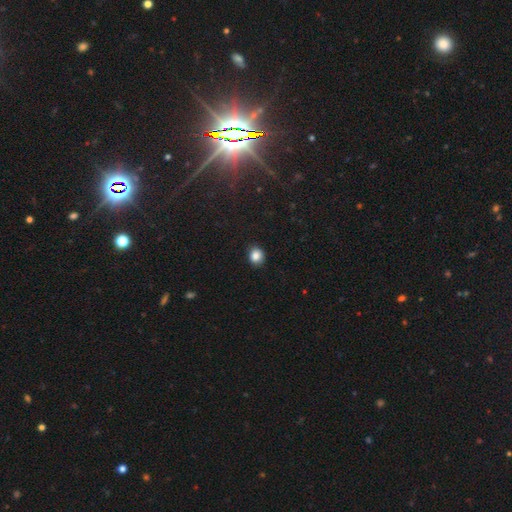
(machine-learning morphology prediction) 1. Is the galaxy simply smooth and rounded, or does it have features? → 85% smooth, 10% star or artifact, 5% featured or disk.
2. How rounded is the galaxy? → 73% round, 26% in between, 1% cigar-shaped.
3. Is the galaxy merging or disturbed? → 90% none, 7% minor disturbance, 2% major disturbance, 1% merger.